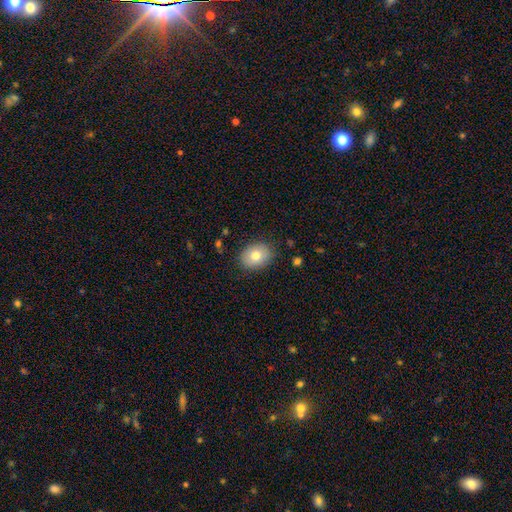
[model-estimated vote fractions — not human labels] This appears to be a smooth galaxy with no disk features (79%) that is in between round and cigar-shaped (61%). Merging: none (85%).